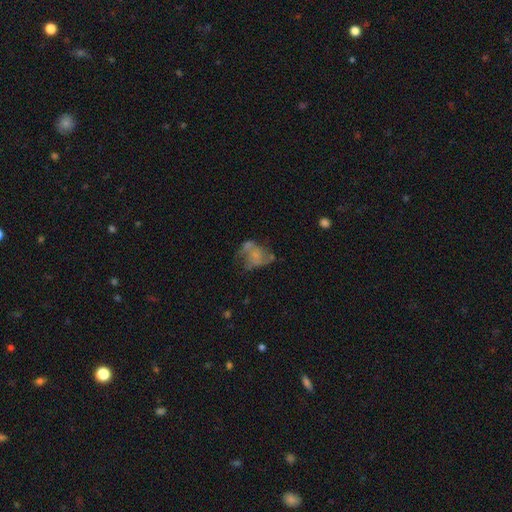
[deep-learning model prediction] smooth-or-featured: featured or disk: 55% | smooth: 34% | star or artifact: 11%
  disk-edge-on: no: 98% | yes: 2%
    bar: no: 82% | weak: 15% | strong: 3%
    has-spiral-arms: no: 52% | yes: 48%
    bulge-size: small: 46% | none: 36% | moderate: 14% | large: 2% | dominant: 1%
  merging: none: 31% | major disturbance: 30% | minor disturbance: 21% | merger: 17%